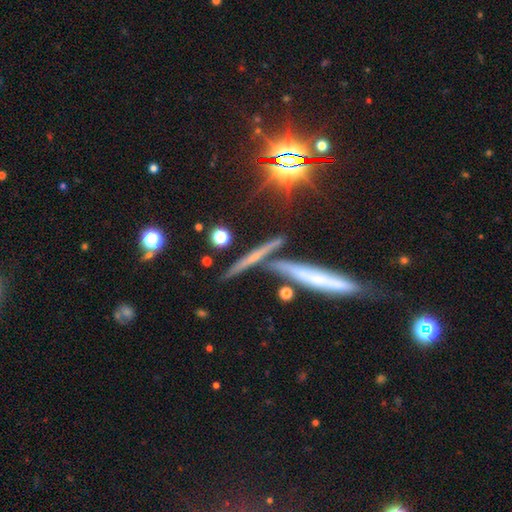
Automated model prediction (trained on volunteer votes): Smooth or featured?
  - featured or disk: 38% *
  - smooth: 33%
  - star or artifact: 28%
Merging?
  - none: 65% *
  - merger: 20%
  - minor disturbance: 11%
  - major disturbance: 5%